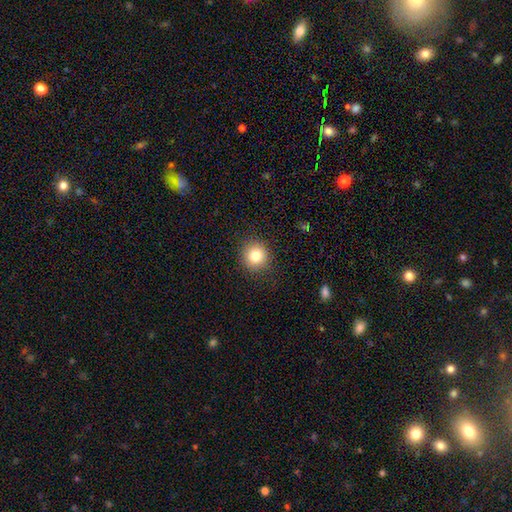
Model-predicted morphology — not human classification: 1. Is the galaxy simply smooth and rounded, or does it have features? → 81% smooth, 11% star or artifact, 8% featured or disk.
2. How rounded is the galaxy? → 92% round, 7% in between, 1% cigar-shaped.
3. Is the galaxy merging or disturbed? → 89% none, 7% minor disturbance, 2% major disturbance, 1% merger.